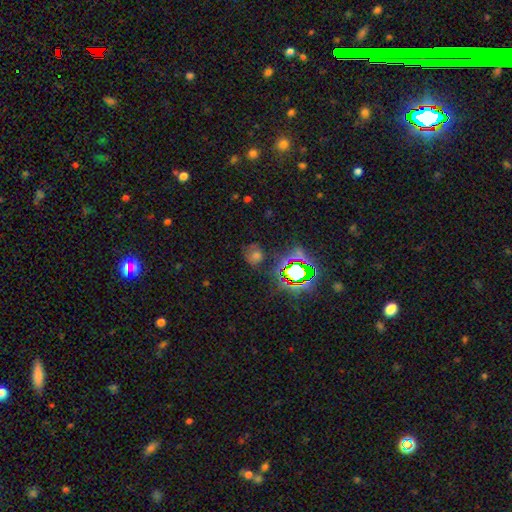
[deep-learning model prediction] A star or artifact, not a galaxy (50%).